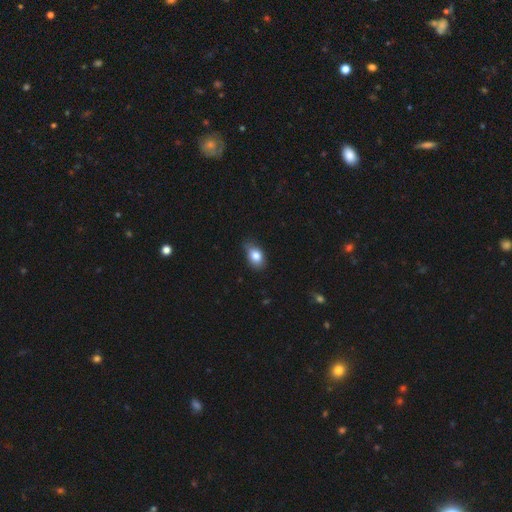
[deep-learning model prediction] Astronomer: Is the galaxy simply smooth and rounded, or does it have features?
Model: smooth — 82%.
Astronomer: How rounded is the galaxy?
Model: in between — 80%.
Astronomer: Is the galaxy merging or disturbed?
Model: none — 63%.